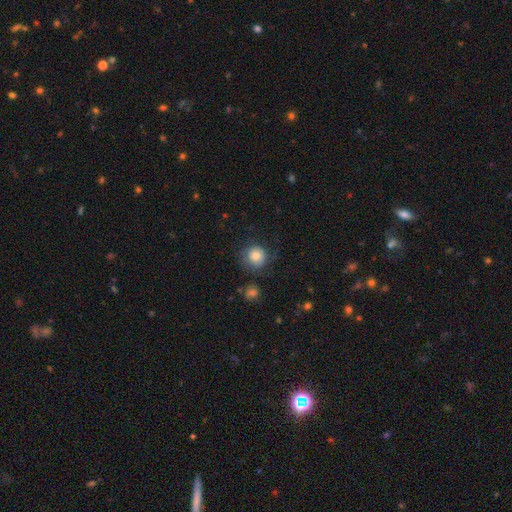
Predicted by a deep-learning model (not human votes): smooth-or-featured: smooth: 82% | featured or disk: 9% | star or artifact: 9%
  how-rounded: round: 92% | in between: 7% | cigar-shaped: 1%
  merging: none: 74% | minor disturbance: 17% | major disturbance: 7% | merger: 3%